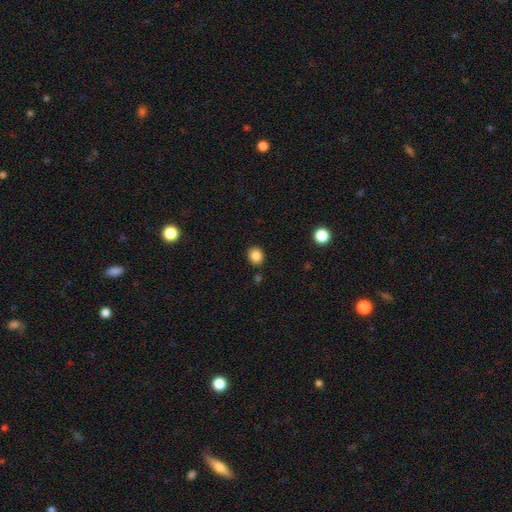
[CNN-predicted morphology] smooth-or-featured: smooth: 85% | star or artifact: 10% | featured or disk: 5%
  how-rounded: round: 75% | in between: 25% | cigar-shaped: 1%
  merging: none: 88% | minor disturbance: 7% | merger: 3% | major disturbance: 2%